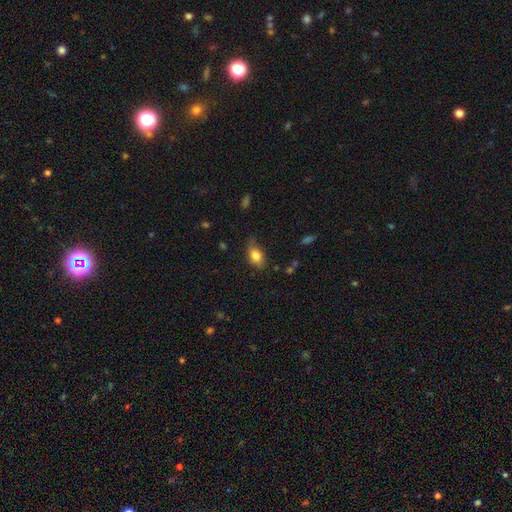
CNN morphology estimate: A smooth galaxy with no disk features (83%) that is in between round and cigar-shaped (88%).

Vote fractions:
- Smooth or featured? smooth: 83% / featured or disk: 9% / star or artifact: 8%
- How rounded? in between: 88% / round: 9% / cigar-shaped: 3%
- Merging? none: 65% / minor disturbance: 27% / major disturbance: 6% / merger: 2%